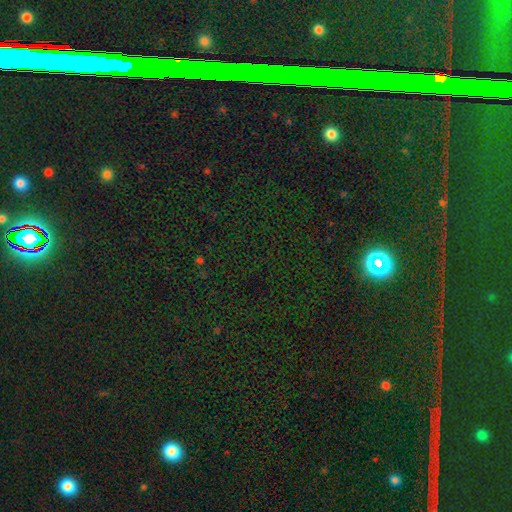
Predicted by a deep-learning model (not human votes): The model was most divided on "smooth or featured": star or artifact: 78%, smooth: 14%, featured or disk: 8%.